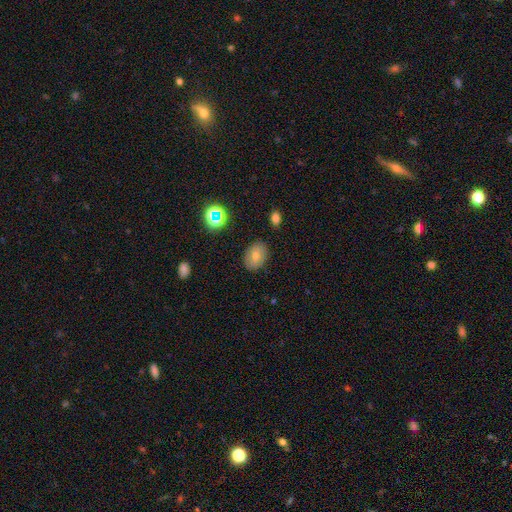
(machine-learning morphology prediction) Smooth or featured?
  - smooth: 67% *
  - featured or disk: 20%
  - star or artifact: 13%
How rounded?
  - in between: 75% *
  - round: 24%
  - cigar-shaped: 1%
Merging?
  - none: 85% *
  - minor disturbance: 10%
  - major disturbance: 3%
  - merger: 2%